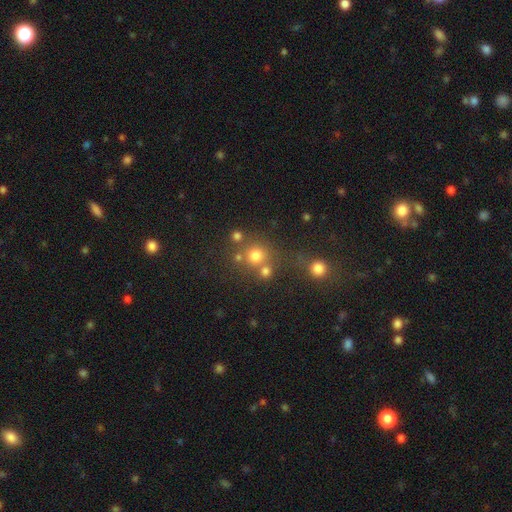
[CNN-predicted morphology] Smooth or featured: smooth — 75% (star or artifact — 17%)
How rounded: round — 90% (in between — 9%)
Merging: none — 64% (merger — 22%)